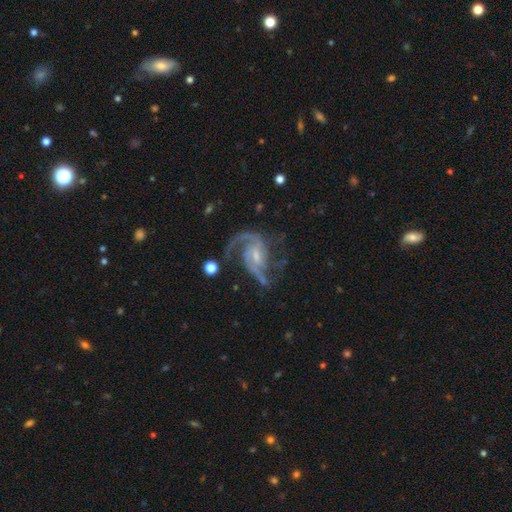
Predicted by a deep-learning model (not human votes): Smooth or featured? Predicted: featured or disk (p=0.91). Edge-on disk? Predicted: no (p=0.98). Bar? Predicted: weak (p=0.51). Spiral arms? Predicted: yes (p=0.97). Spiral winding? Predicted: medium (p=0.55). Spiral arm count? Predicted: 2 (p=0.71). Bulge size? Predicted: small (p=0.56). Merging? Predicted: none (p=0.57).